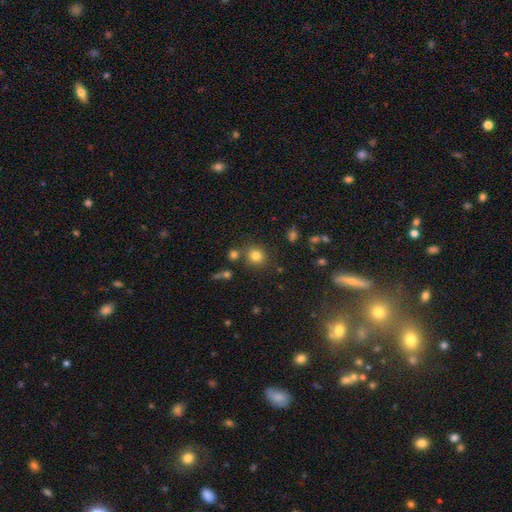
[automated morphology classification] A smooth galaxy with no disk features (80%) that is round (86%). Merging: none (78%).